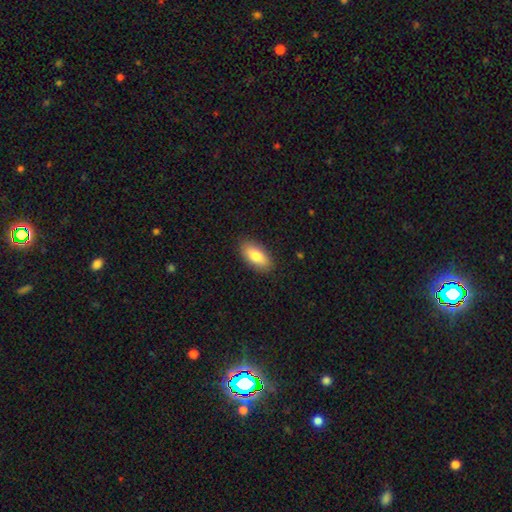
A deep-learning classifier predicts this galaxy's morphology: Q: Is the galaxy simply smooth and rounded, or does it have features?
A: smooth — 80%.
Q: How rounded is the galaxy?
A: in between — 89%.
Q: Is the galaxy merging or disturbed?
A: none — 87%.